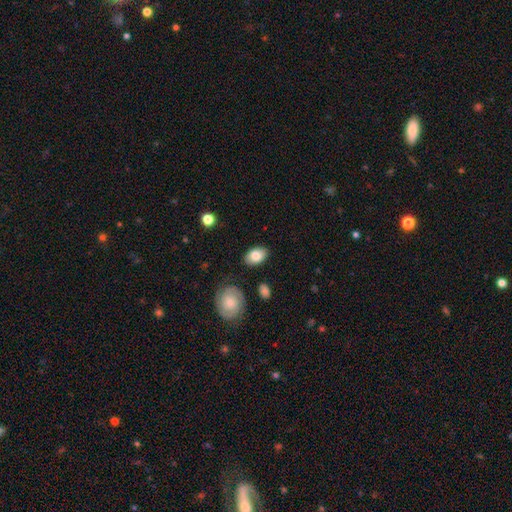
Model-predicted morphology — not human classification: Q: Smooth or featured?
A: smooth (80%); runner-up: featured or disk (14%)
Q: How rounded?
A: in between (87%); runner-up: round (12%)
Q: Merging?
A: none (83%); runner-up: minor disturbance (12%)